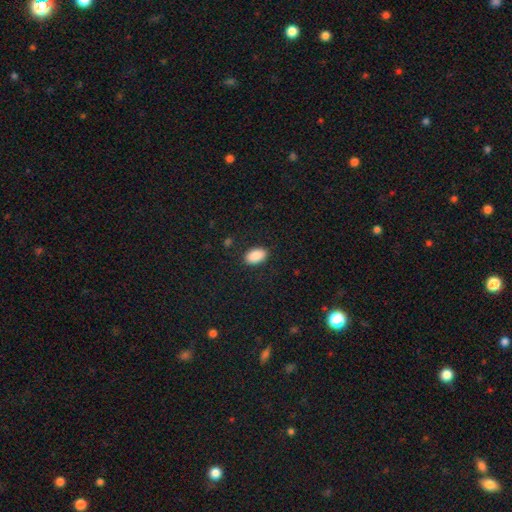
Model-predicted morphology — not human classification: Q: Smooth or featured?
A: smooth (90%); runner-up: star or artifact (7%)
Q: How rounded?
A: in between (92%); runner-up: round (7%)
Q: Merging?
A: none (88%); runner-up: minor disturbance (8%)